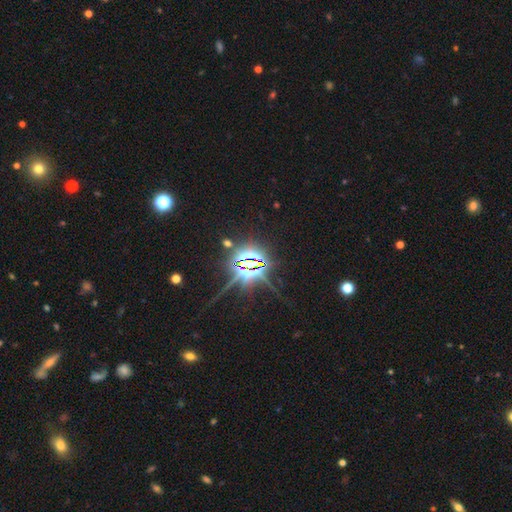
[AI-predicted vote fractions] The model was most divided on "smooth or featured": star or artifact: 85%, featured or disk: 8%, smooth: 7%.